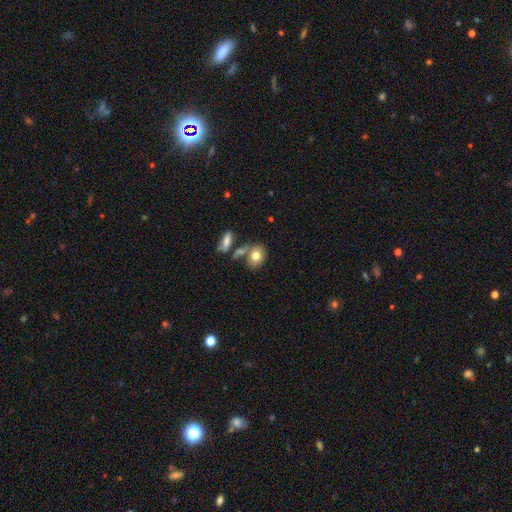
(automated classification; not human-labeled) This appears to be a smooth galaxy with no disk features (76%) that is in between round and cigar-shaped (68%). Merging: none (53%).